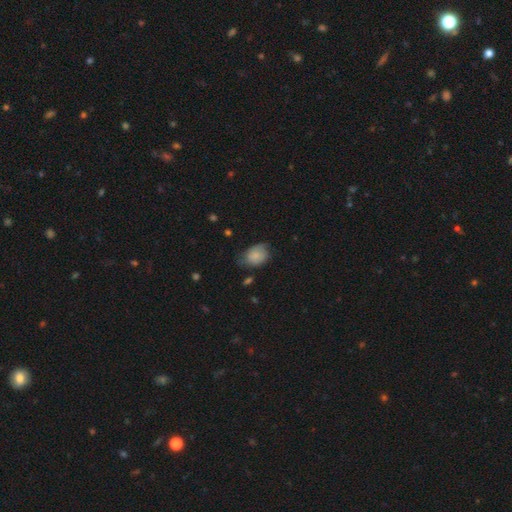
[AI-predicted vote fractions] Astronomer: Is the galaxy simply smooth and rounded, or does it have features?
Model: smooth — 75%.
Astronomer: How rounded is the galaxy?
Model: in between — 69%.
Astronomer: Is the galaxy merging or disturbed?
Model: none — 48% (runner-up: minor disturbance, 39%).